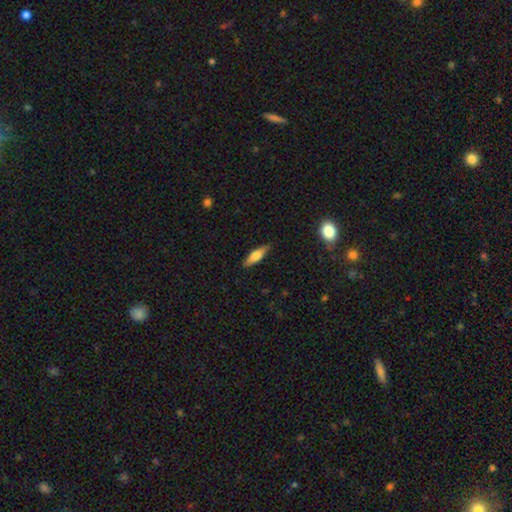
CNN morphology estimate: Q: Smooth or featured?
A: smooth (55%); runner-up: featured or disk (38%)
Q: How rounded?
A: cigar-shaped (58%); runner-up: in between (39%)
Q: Merging?
A: none (87%); runner-up: minor disturbance (10%)